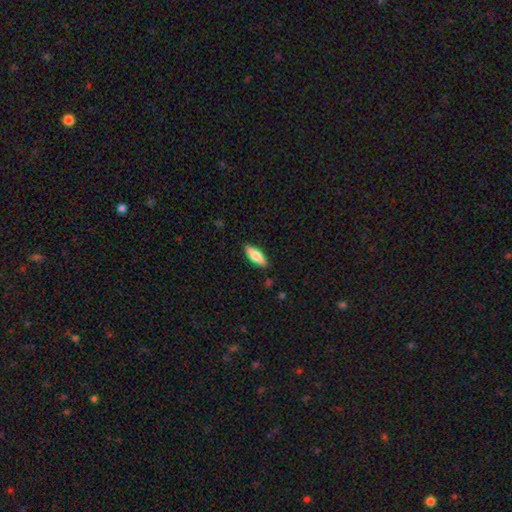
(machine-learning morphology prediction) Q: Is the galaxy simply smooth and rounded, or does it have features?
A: smooth — 72%.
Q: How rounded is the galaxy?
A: in between — 57%.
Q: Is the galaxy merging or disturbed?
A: none — 87%.